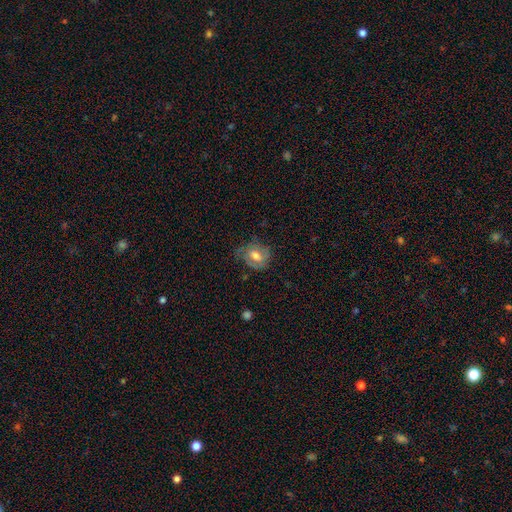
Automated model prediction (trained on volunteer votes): Smooth or featured? Predicted: smooth (p=0.47). Merging? Predicted: none (p=0.56).